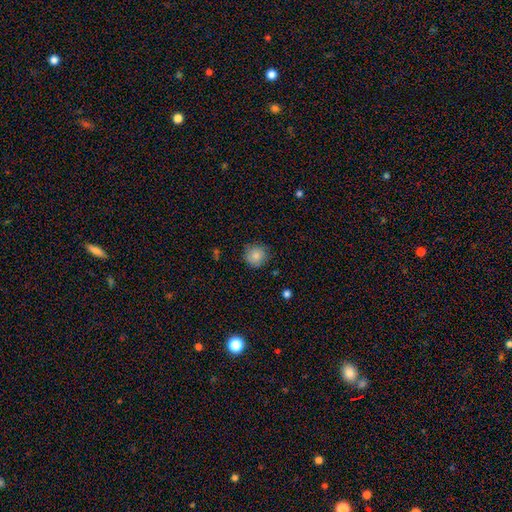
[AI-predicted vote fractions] smooth 84%, star or artifact 9%, featured or disk 7%. Down the decision tree: how rounded — round (91%); merging — none (80%).